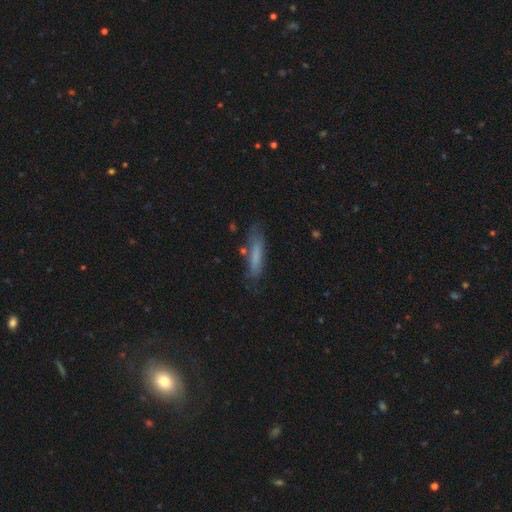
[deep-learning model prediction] Morphology: type=smooth (69%); roundness=cigar-shaped (78%); merging=none (69%).